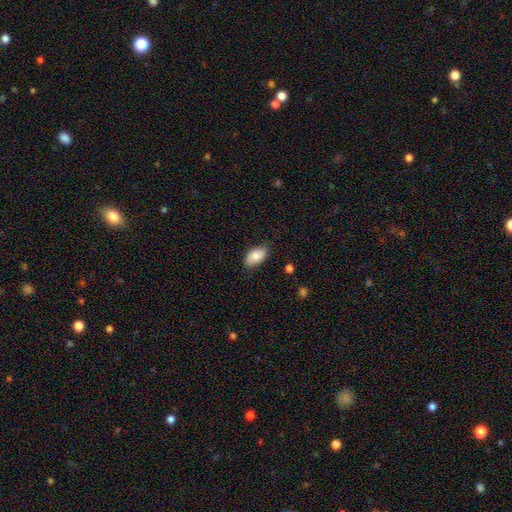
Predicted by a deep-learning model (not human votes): Smooth or featured?
  - smooth: 84% *
  - featured or disk: 9%
  - star or artifact: 7%
How rounded?
  - in between: 93% *
  - round: 5%
  - cigar-shaped: 2%
Merging?
  - none: 82% *
  - minor disturbance: 14%
  - major disturbance: 3%
  - merger: 1%